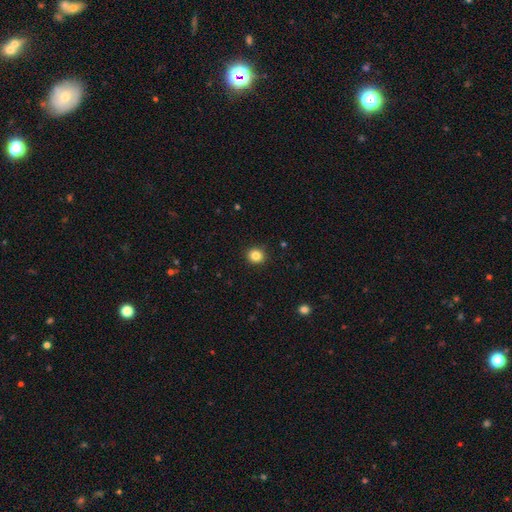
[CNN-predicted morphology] smooth_or_featured: smooth (p=0.84) [alt: star or artifact p=0.11]
how_rounded: round (p=0.90) [alt: in between p=0.09]
merging: none (p=0.92) [alt: minor disturbance p=0.05]